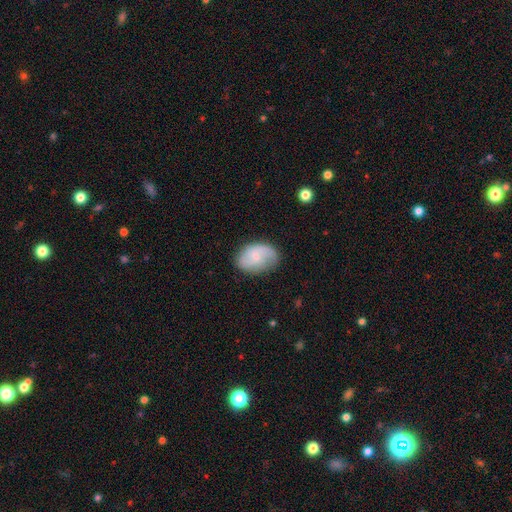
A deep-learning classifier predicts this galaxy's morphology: smooth-or-featured: featured or disk: 51% | smooth: 42% | star or artifact: 7%
  disk-edge-on: no: 97% | yes: 3%
  merging: none: 70% | minor disturbance: 21% | major disturbance: 7% | merger: 2%